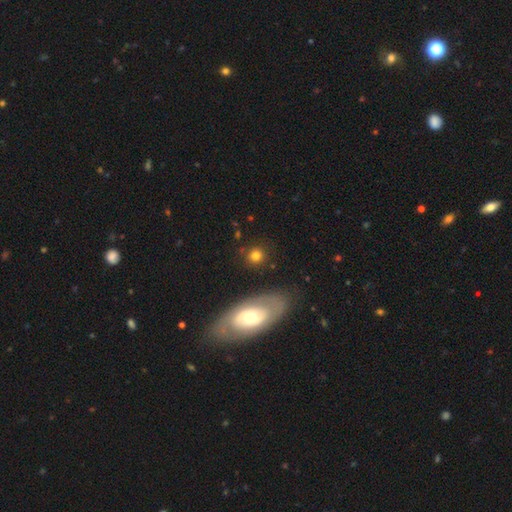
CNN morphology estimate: Smooth or featured?
  - smooth: 74% *
  - featured or disk: 15%
  - star or artifact: 11%
How rounded?
  - round: 84% *
  - in between: 14%
  - cigar-shaped: 2%
Merging?
  - none: 82% *
  - minor disturbance: 10%
  - merger: 5%
  - major disturbance: 4%